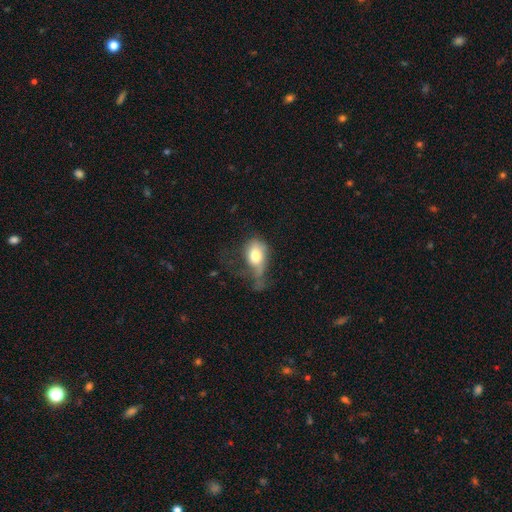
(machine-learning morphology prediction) Q: Smooth or featured?
A: smooth (69%); runner-up: featured or disk (22%)
Q: How rounded?
A: in between (78%); runner-up: round (20%)
Q: Merging?
A: major disturbance (49%); runner-up: minor disturbance (27%)